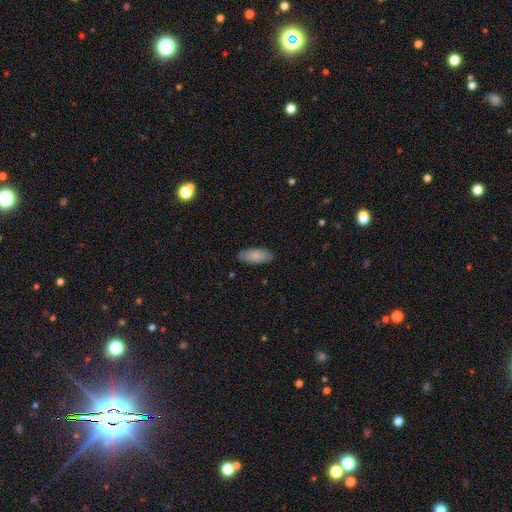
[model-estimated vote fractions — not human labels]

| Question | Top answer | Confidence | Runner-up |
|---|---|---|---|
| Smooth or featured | smooth | 82% | featured or disk (12%) |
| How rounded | in between | 82% | cigar-shaped (16%) |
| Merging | none | 87% | minor disturbance (10%) |